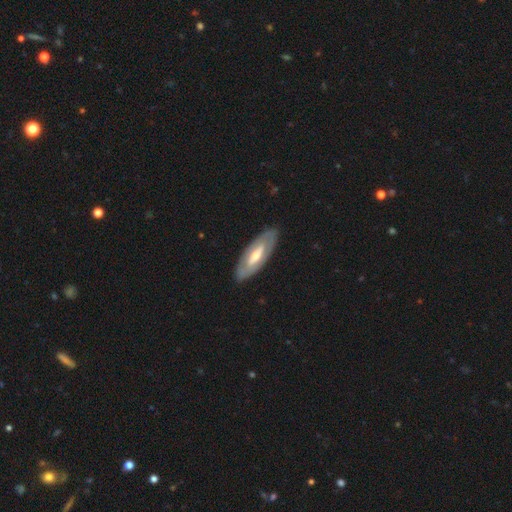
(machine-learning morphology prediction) This is likely a featured or disk galaxy (62%). It is likely not viewed edge-on (79%). Merging: clearly none (86%).